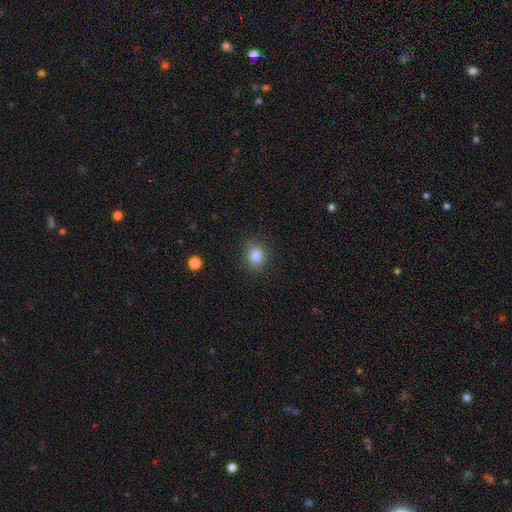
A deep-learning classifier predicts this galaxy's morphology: Smooth or featured?
  - smooth: 85% *
  - star or artifact: 10%
  - featured or disk: 5%
How rounded?
  - round: 62% *
  - in between: 37%
  - cigar-shaped: 1%
Merging?
  - none: 85% *
  - minor disturbance: 11%
  - major disturbance: 3%
  - merger: 1%